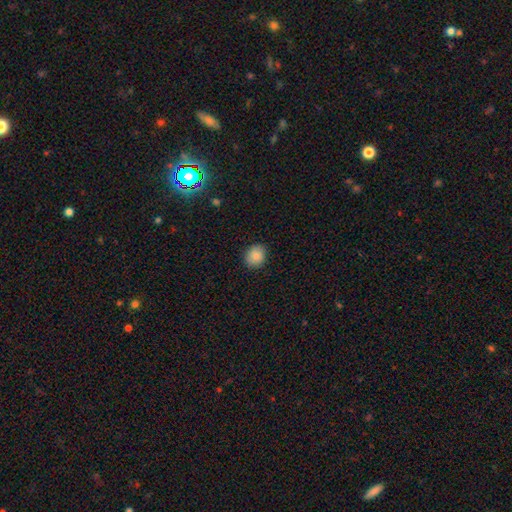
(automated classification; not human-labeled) smooth 87%, star or artifact 9%, featured or disk 4%. Down the decision tree: how rounded — round (70%); merging — none (87%).